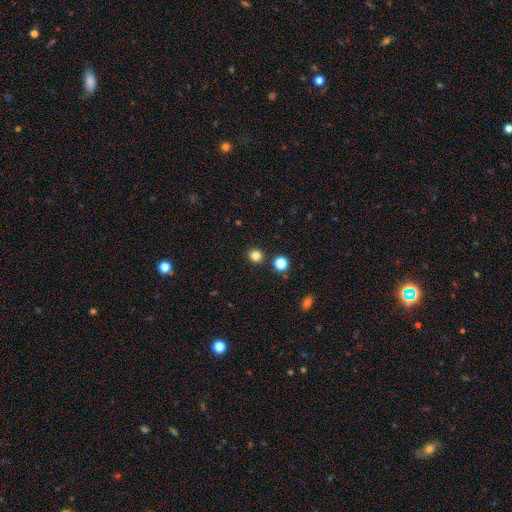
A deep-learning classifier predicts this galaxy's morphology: smooth-or-featured: smooth: 82% | star or artifact: 14% | featured or disk: 5%
  how-rounded: round: 88% | in between: 11% | cigar-shaped: 1%
  merging: none: 89% | minor disturbance: 6% | merger: 3% | major disturbance: 2%